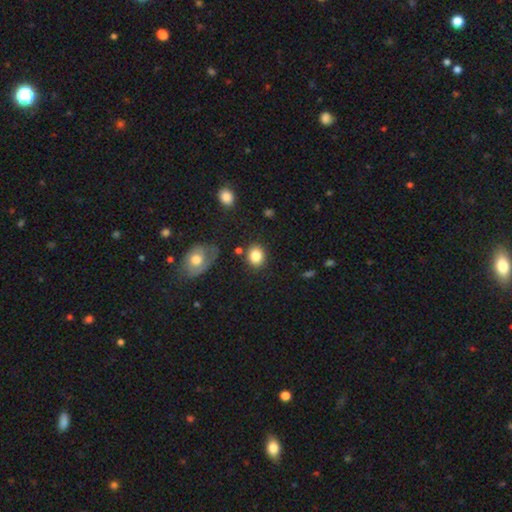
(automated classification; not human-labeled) Smooth or featured?
  - smooth: 84% *
  - star or artifact: 9%
  - featured or disk: 7%
How rounded?
  - round: 54% *
  - in between: 45%
  - cigar-shaped: 1%
Merging?
  - none: 82% *
  - minor disturbance: 10%
  - merger: 5%
  - major disturbance: 3%